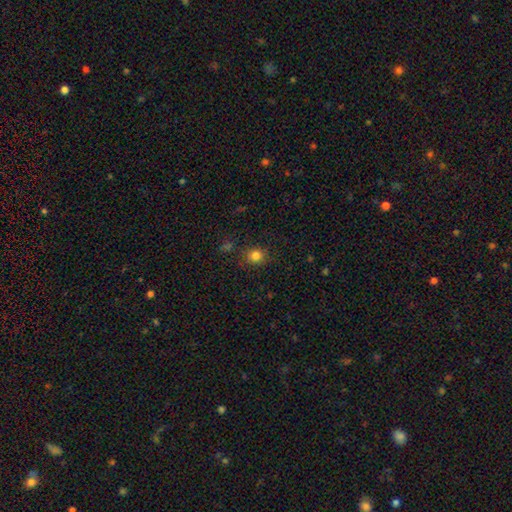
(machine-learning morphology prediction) type=smooth (81%); roundness=round (79%); merging=none (84%).